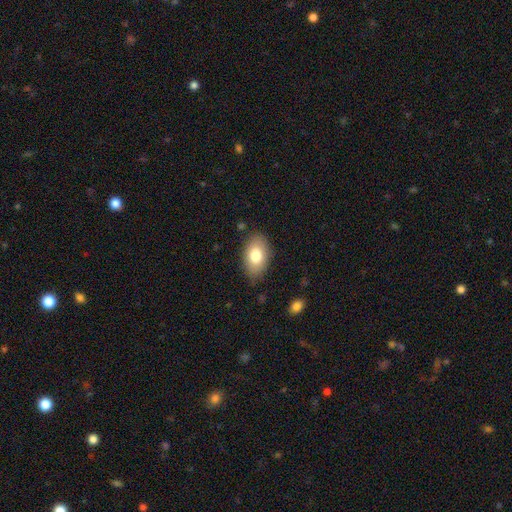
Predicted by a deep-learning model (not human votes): A smooth galaxy with no disk features (78%) that is in between round and cigar-shaped (91%).

Vote fractions:
- Smooth or featured? smooth: 78% / featured or disk: 15% / star or artifact: 7%
- How rounded? in between: 91% / round: 8% / cigar-shaped: 1%
- Merging? none: 82% / minor disturbance: 13% / major disturbance: 3% / merger: 1%